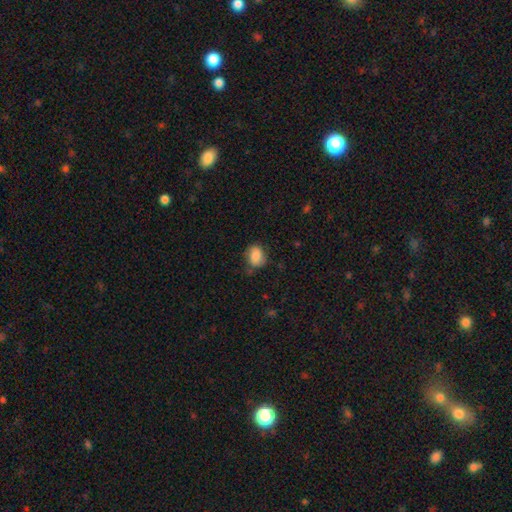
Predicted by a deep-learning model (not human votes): Q: Smooth or featured?
A: smooth (82%); runner-up: featured or disk (10%)
Q: How rounded?
A: in between (63%); runner-up: round (36%)
Q: Merging?
A: none (63%); runner-up: minor disturbance (27%)